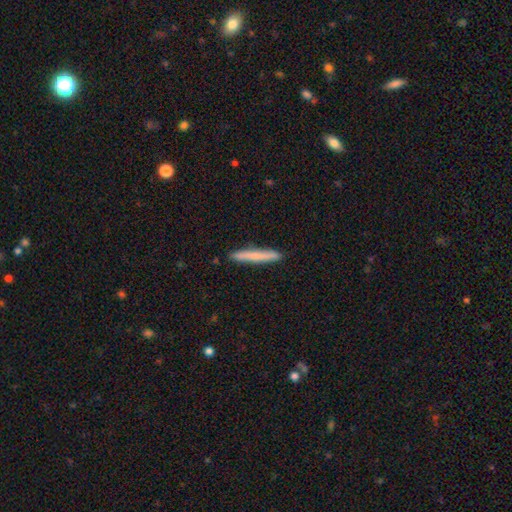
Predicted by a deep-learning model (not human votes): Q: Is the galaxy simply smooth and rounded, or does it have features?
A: smooth — 70%.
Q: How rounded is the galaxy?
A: cigar-shaped — 96%.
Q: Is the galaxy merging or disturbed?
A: none — 91%.